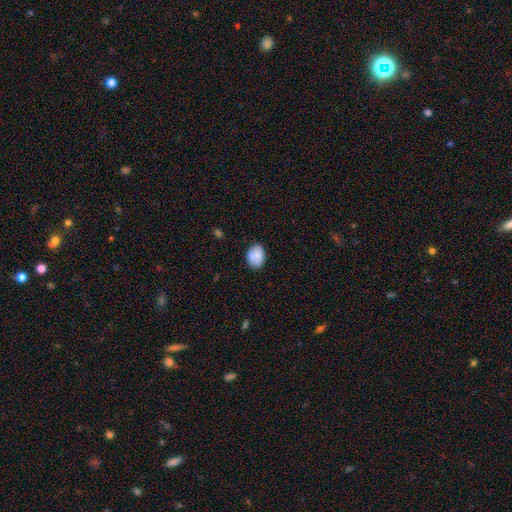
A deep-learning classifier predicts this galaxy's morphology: type=smooth (75%); roundness=in between (73%); merging=none (72%).